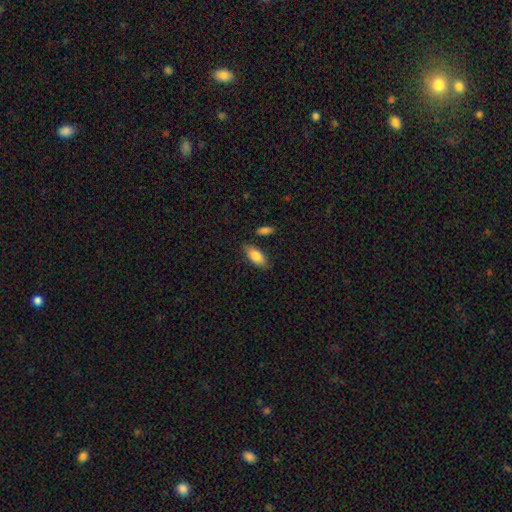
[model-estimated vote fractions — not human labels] smooth 83%, featured or disk 10%, star or artifact 6%. Down the decision tree: how rounded — in between (87%); merging — none (80%).